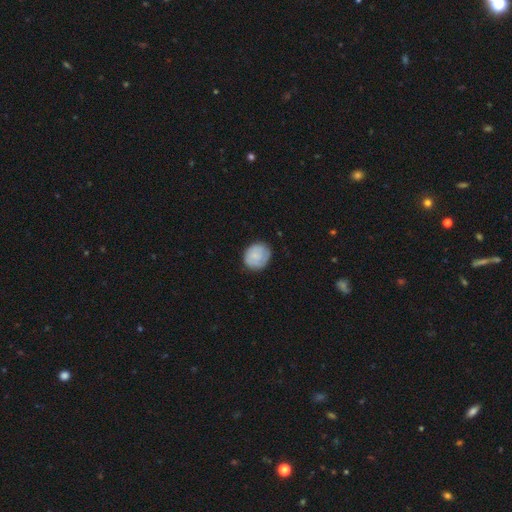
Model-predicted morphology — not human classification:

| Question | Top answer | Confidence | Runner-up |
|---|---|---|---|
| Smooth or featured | smooth | 70% | featured or disk (23%) |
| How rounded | round | 75% | in between (24%) |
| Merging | none | 81% | minor disturbance (15%) |